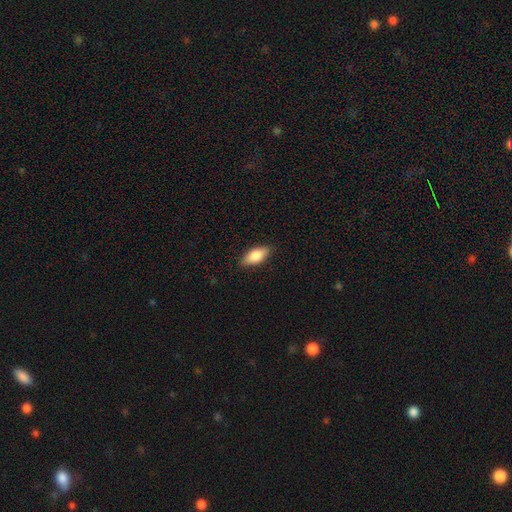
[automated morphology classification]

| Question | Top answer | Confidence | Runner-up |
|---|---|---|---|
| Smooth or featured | smooth | 80% | featured or disk (14%) |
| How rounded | in between | 85% | cigar-shaped (12%) |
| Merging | none | 86% | minor disturbance (11%) |